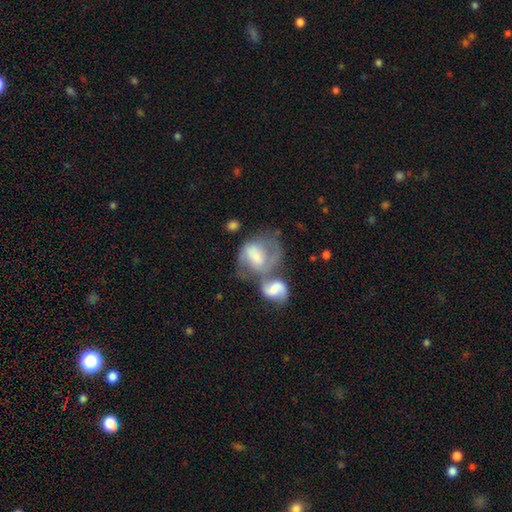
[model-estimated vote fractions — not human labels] A featured or disk galaxy (54%) with a weak bar (40%, tied with no), spiral arms (71%) and a moderate central bulge (32%).

Vote fractions:
- Smooth or featured? featured or disk: 54% / smooth: 38% / star or artifact: 7%
- Edge-on disk? no: 97% / yes: 3%
- Bar? weak: 40% (tied) / no: 40% (tied) / strong: 20%
- Spiral arms? yes: 71% / no: 29%
- Bulge size? moderate: 32% / small: 24% / none: 20% / large: 20% / dominant: 4%
- Merging? merger: 59% / major disturbance: 17% / none: 15% / minor disturbance: 10%